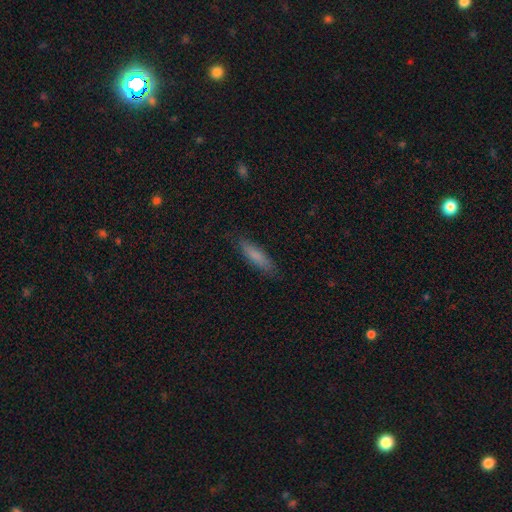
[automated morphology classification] The model was most divided on "how rounded": cigar-shaped: 73%, in between: 25%, round: 1%. More confident: merging — none (85%); smooth or featured — smooth (80%).